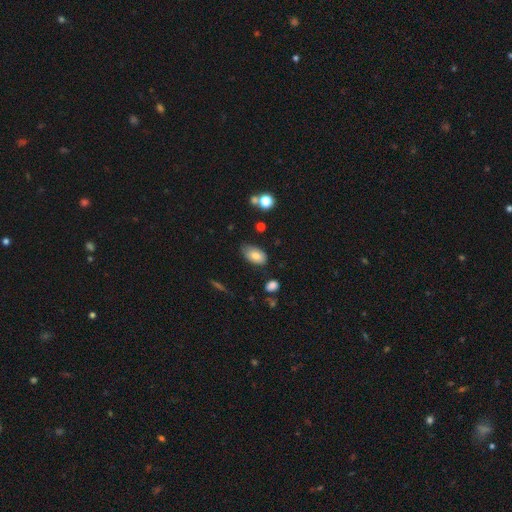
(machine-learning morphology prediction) smooth-or-featured: smooth: 80% | featured or disk: 12% | star or artifact: 8%
  how-rounded: in between: 93% | round: 6% | cigar-shaped: 2%
  merging: none: 64% | minor disturbance: 27% | major disturbance: 5% | merger: 3%